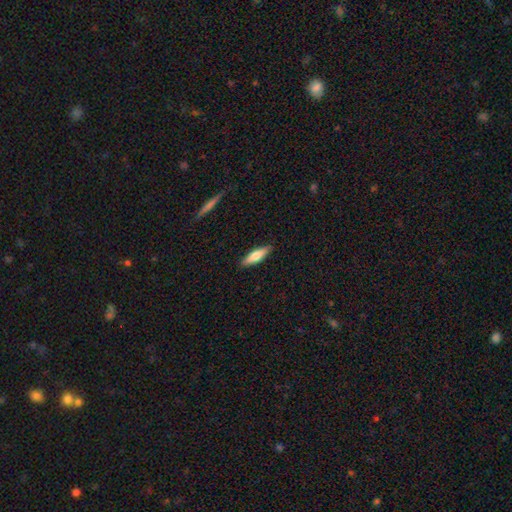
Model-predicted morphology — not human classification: A smooth galaxy with no disk features (67%) that is cigar-shaped (59%).

Vote fractions:
- Smooth or featured? smooth: 67% / featured or disk: 27% / star or artifact: 6%
- How rounded? cigar-shaped: 59% / in between: 39% / round: 2%
- Merging? none: 89% / minor disturbance: 8% / major disturbance: 2% / merger: 1%